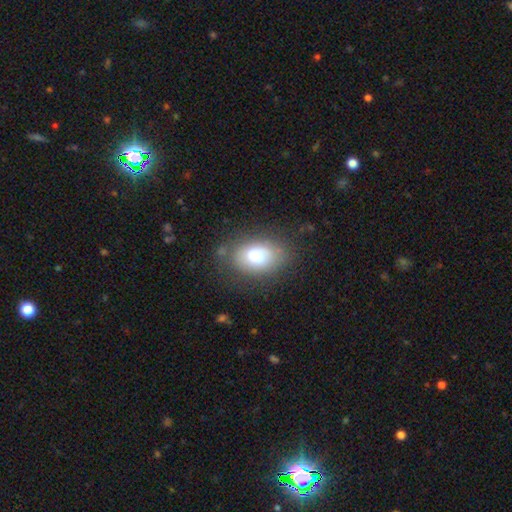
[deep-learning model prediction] smooth_or_featured: smooth (p=0.74) [alt: featured or disk p=0.17]
how_rounded: in between (p=0.87) [alt: round p=0.12]
merging: none (p=0.70) [alt: minor disturbance p=0.20]